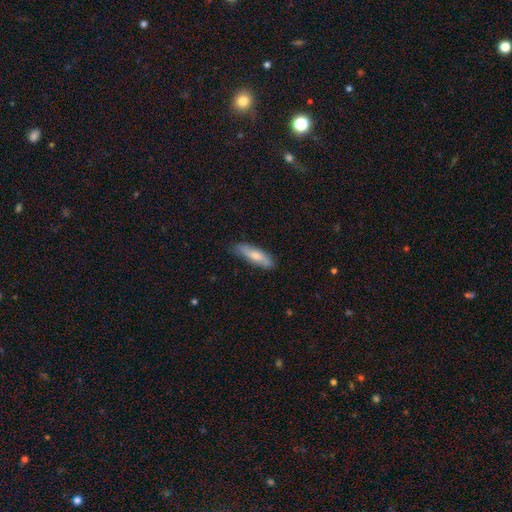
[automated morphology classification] type=smooth (61%); roundness=cigar-shaped (53%); merging=none (78%).